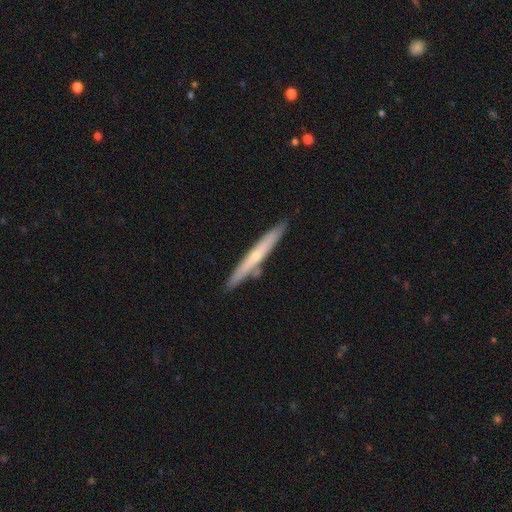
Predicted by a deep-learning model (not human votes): Overall: featured or disk (55%; smooth 39%). Edge-on disk: yes (92%). Edge-on bulge: rounded (60%; none 37%). Merging: none (82%).